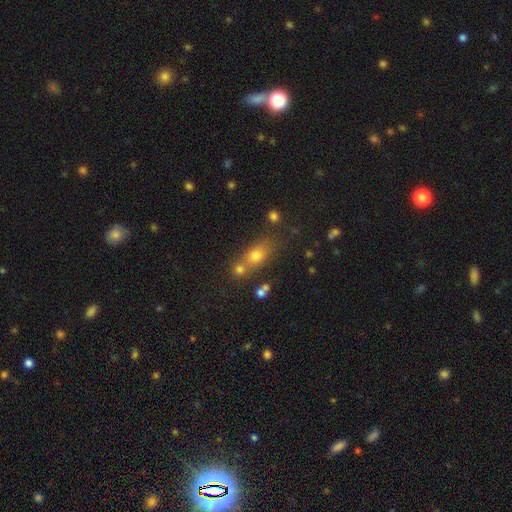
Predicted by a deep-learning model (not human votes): Q: Smooth or featured?
A: smooth (71%); runner-up: star or artifact (16%)
Q: How rounded?
A: in between (59%); runner-up: round (34%)
Q: Merging?
A: none (51%); runner-up: merger (32%)